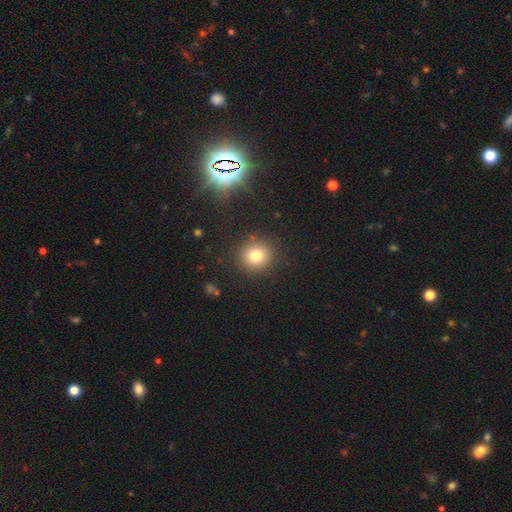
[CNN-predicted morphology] Smooth or featured: smooth — 78% (star or artifact — 13%)
How rounded: round — 90% (in between — 9%)
Merging: none — 88% (minor disturbance — 7%)